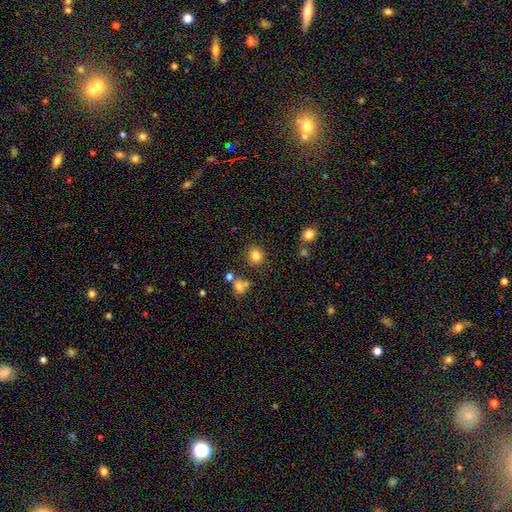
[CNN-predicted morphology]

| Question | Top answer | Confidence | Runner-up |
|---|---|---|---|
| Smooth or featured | smooth | 82% | star or artifact (12%) |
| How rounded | round | 81% | in between (18%) |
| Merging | none | 83% | minor disturbance (9%) |